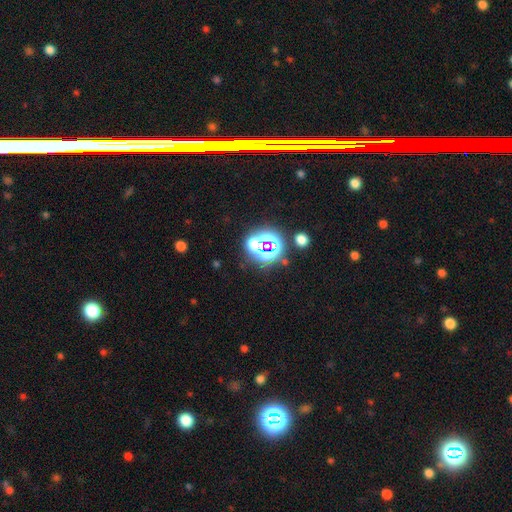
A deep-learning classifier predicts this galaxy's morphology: Smooth or featured? Predicted: star or artifact (p=0.76).